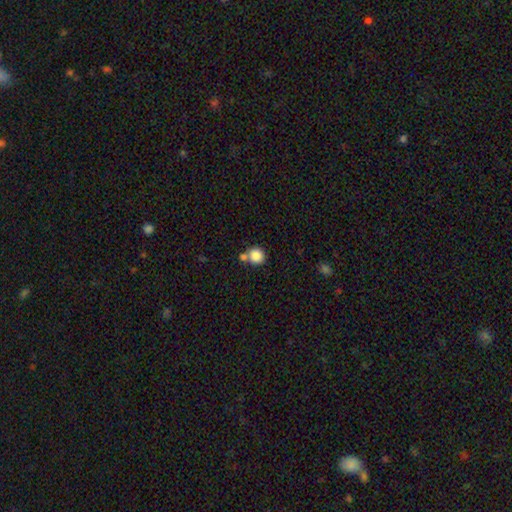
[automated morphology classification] This is clearly a smooth galaxy (85%). How rounded: clearly round (91%). Merging: possibly none (60%).